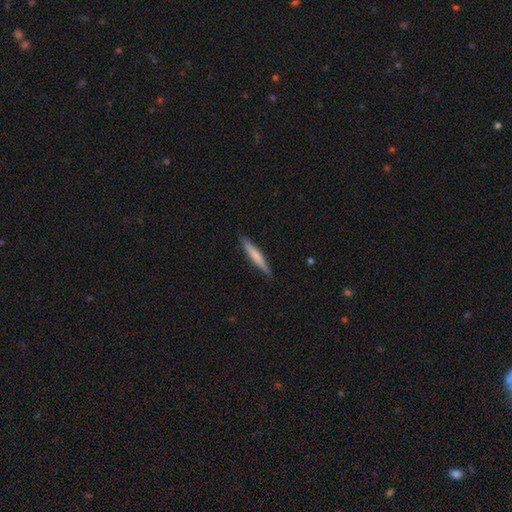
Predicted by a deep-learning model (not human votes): smooth_or_featured: smooth (p=0.64) [alt: featured or disk p=0.32]
how_rounded: cigar-shaped (p=0.95) [alt: in between p=0.04]
merging: none (p=0.89) [alt: minor disturbance p=0.08]